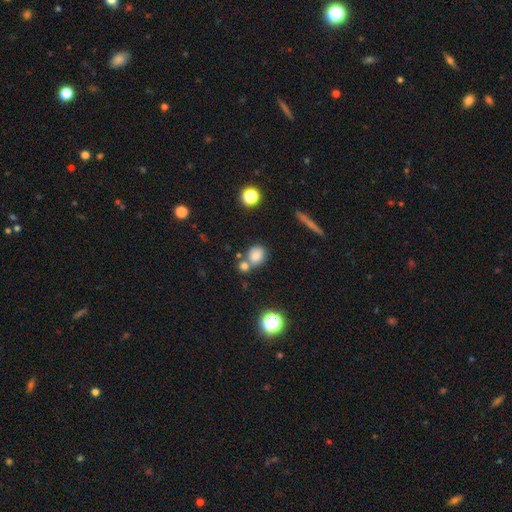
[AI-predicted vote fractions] smooth_or_featured: smooth (p=0.79) [alt: star or artifact p=0.13]
how_rounded: round (p=0.68) [alt: in between p=0.30]
merging: none (p=0.54) [alt: merger p=0.30]